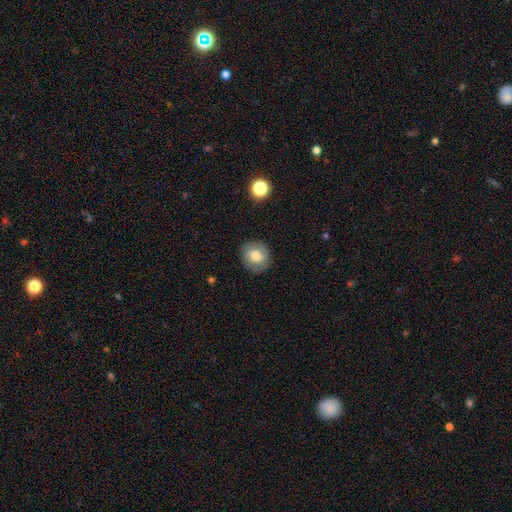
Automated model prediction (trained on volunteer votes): Morphology: type=smooth (75%); roundness=round (85%); merging=none (86%).